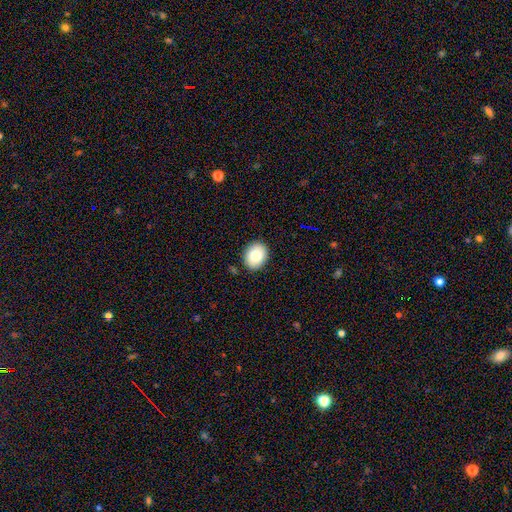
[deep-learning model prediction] Smooth or featured: smooth — 81% (featured or disk — 11%)
How rounded: in between — 56% (round — 43%)
Merging: none — 88% (minor disturbance — 9%)